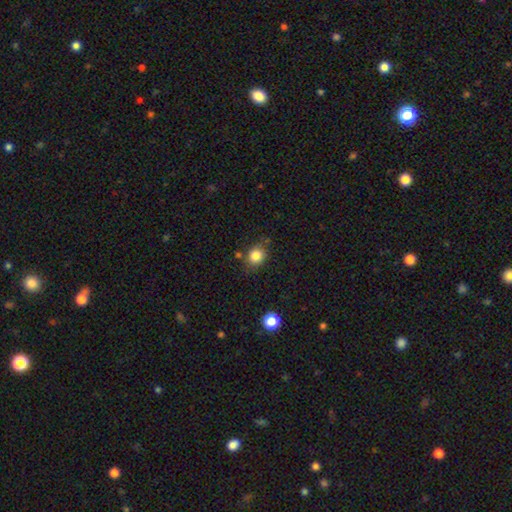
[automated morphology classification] The model was most divided on "how rounded": round: 56%, in between: 43%, cigar-shaped: 1%. More confident: smooth or featured — smooth (82%); merging — none (71%).